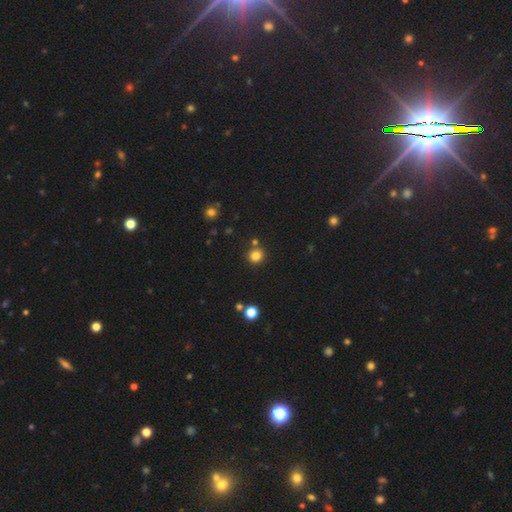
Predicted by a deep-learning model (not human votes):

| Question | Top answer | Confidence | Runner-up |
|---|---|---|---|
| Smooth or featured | smooth | 81% | star or artifact (14%) |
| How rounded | round | 90% | in between (9%) |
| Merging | none | 82% | merger (8%) |